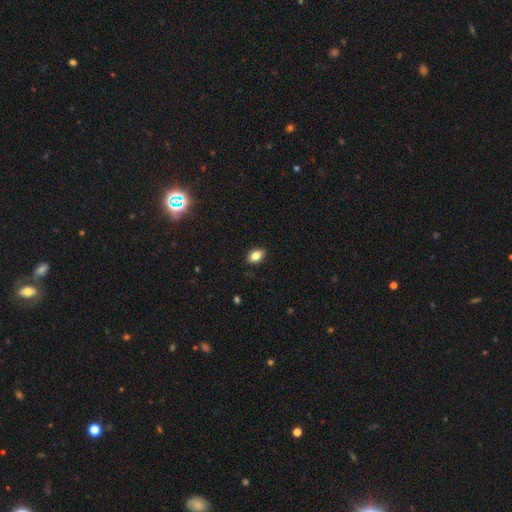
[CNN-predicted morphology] Smooth or featured? smooth (80%)
How rounded? in between (85%)
Merging? none (87%)